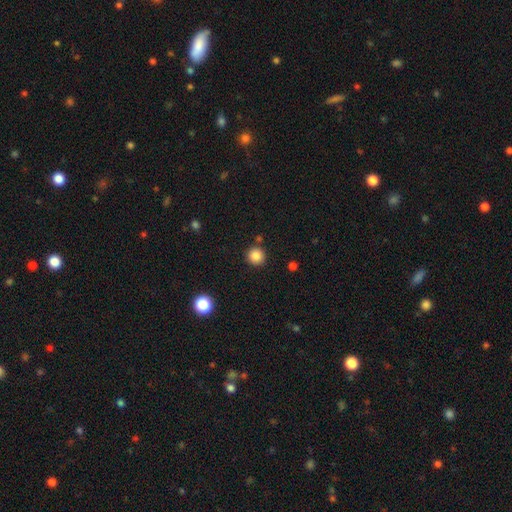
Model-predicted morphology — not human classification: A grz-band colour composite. It shows a smooth galaxy with no disk features (85%) that is round (93%). Merging: none (87%).